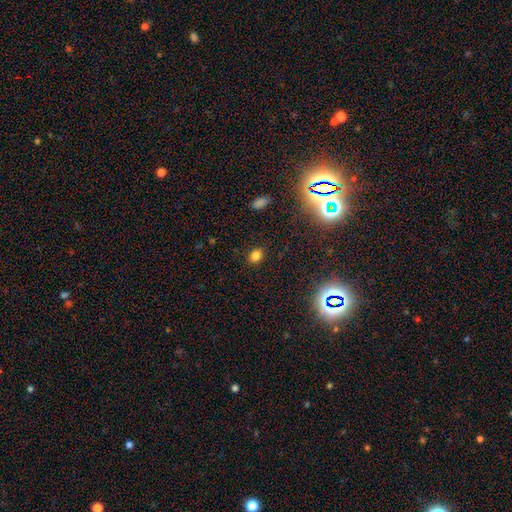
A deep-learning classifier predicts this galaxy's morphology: A smooth galaxy with no disk features (78%) that is in between round and cigar-shaped (52%).

Vote fractions:
- Smooth or featured? smooth: 78% / star or artifact: 17% / featured or disk: 6%
- How rounded? in between: 52% / round: 47% / cigar-shaped: 1%
- Merging? none: 87% / minor disturbance: 9% / major disturbance: 3% / merger: 1%